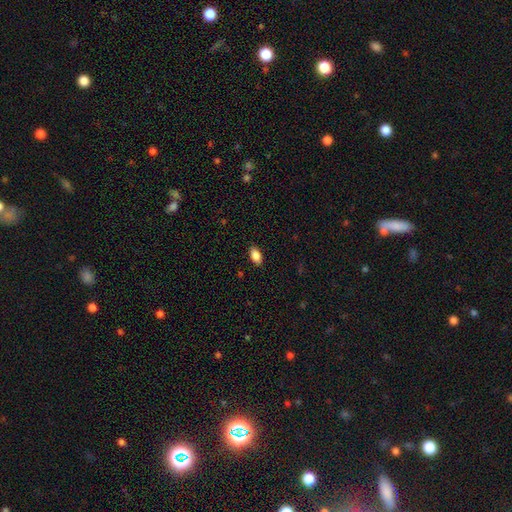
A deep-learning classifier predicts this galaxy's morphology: Overall: smooth (86%). How rounded: in between (91%). Merging: none (88%).